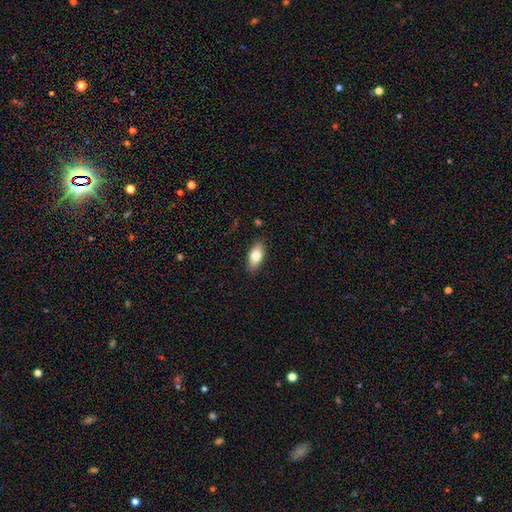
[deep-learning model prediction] smooth 76%, featured or disk 17%, star or artifact 7%. Down the decision tree: how rounded — in between (85%); merging — none (86%).